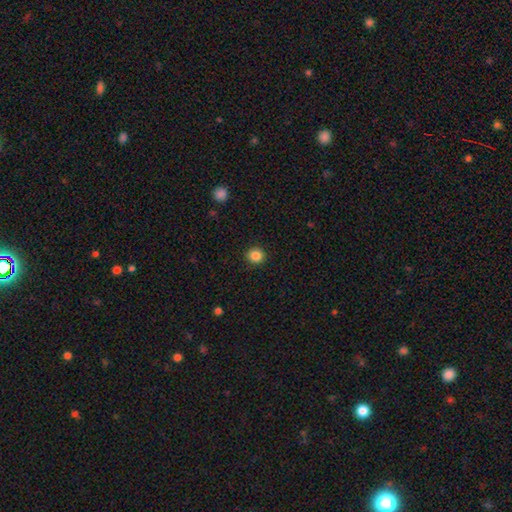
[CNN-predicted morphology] Smooth or featured?
  - smooth: 85% *
  - star or artifact: 11%
  - featured or disk: 4%
How rounded?
  - round: 90% *
  - in between: 10%
  - cigar-shaped: 1%
Merging?
  - none: 92% *
  - minor disturbance: 5%
  - major disturbance: 2%
  - merger: 1%